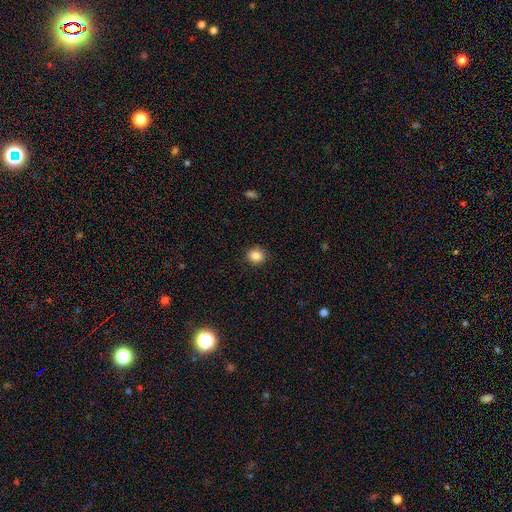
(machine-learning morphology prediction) smooth-or-featured: smooth: 87% | star or artifact: 10% | featured or disk: 3%
  how-rounded: round: 76% | in between: 23% | cigar-shaped: 1%
  merging: none: 87% | minor disturbance: 9% | major disturbance: 3% | merger: 1%